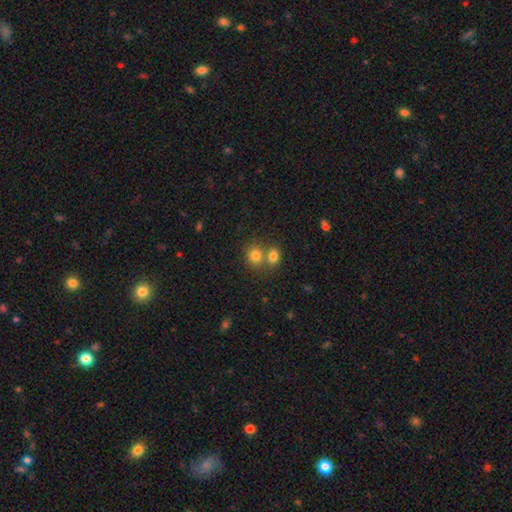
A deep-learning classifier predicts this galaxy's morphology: A smooth galaxy with no disk features (79%) that is round (72%). Merging: merger (46%).